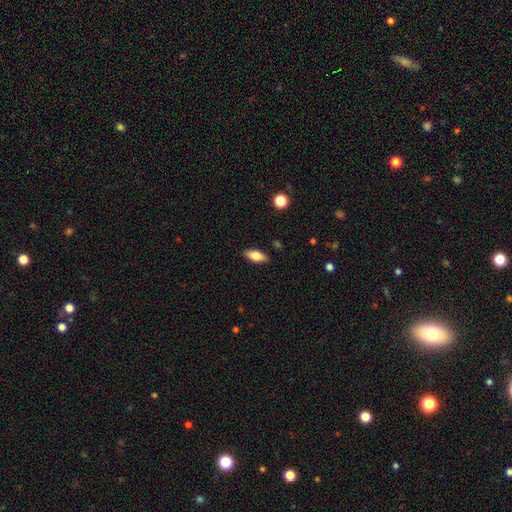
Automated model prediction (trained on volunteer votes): Smooth or featured? smooth (74%)
How rounded? in between (83%)
Merging? none (87%)